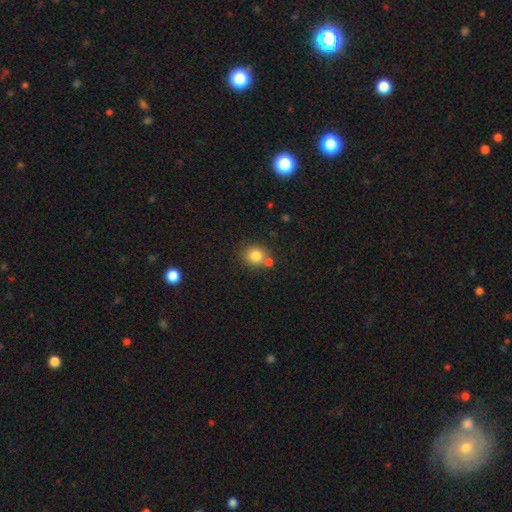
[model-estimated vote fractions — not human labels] smooth_or_featured: smooth (p=0.82) [alt: star or artifact p=0.11]
how_rounded: round (p=0.83) [alt: in between p=0.16]
merging: none (p=0.61) [alt: merger p=0.25]